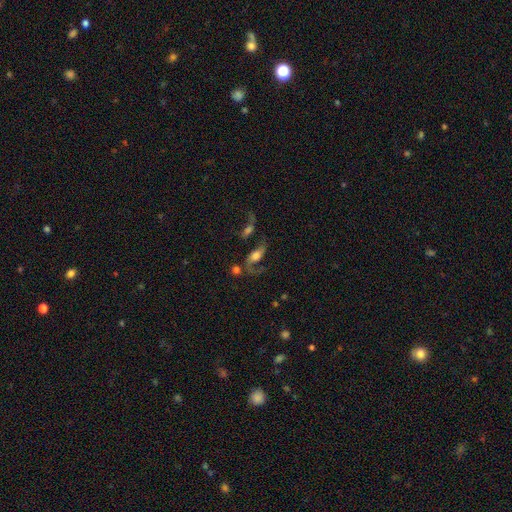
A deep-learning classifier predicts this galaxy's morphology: featured or disk 62%, smooth 26%, star or artifact 11%. Down the decision tree: edge-on disk — no (91%); bar — no (57%); spiral arms — yes (85%); bulge size — large (38%); merging — none (36%).